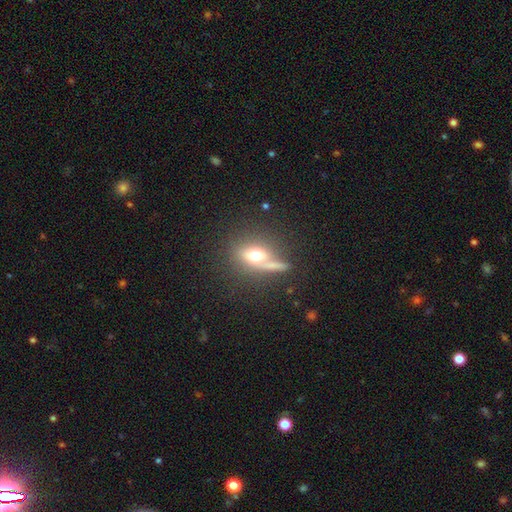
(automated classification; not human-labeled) smooth-or-featured: smooth: 61% | featured or disk: 26% | star or artifact: 13%
  how-rounded: in between: 47% | round: 42% | cigar-shaped: 10%
  merging: none: 53% | merger: 20% | minor disturbance: 15% | major disturbance: 11%